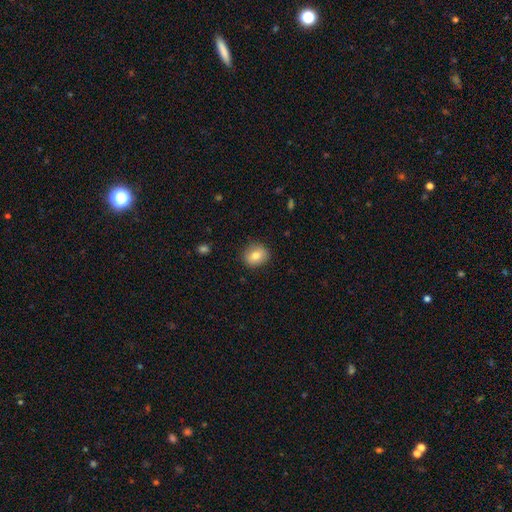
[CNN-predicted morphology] A smooth galaxy with no disk features (79%) that is round (73%). Merging: none (86%).